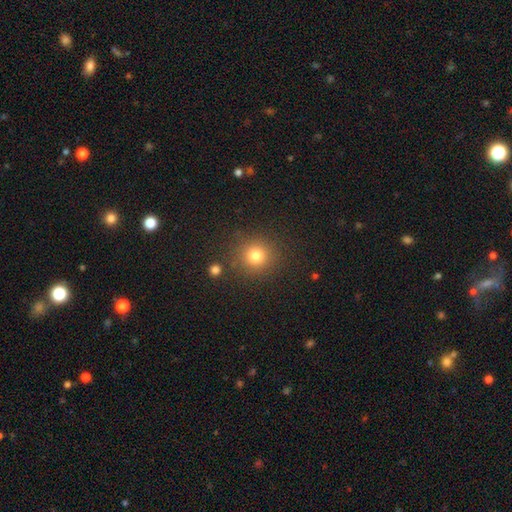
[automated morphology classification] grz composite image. It shows a smooth galaxy with no disk features (79%) that is round (91%). Merging: none (86%).